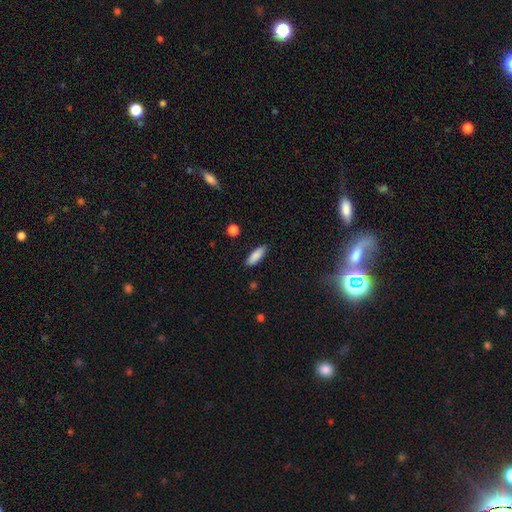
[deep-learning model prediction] smooth-or-featured: smooth: 86% | featured or disk: 7% | star or artifact: 7%
  how-rounded: in between: 56% | cigar-shaped: 42% | round: 2%
  merging: none: 86% | minor disturbance: 10% | major disturbance: 2% | merger: 1%